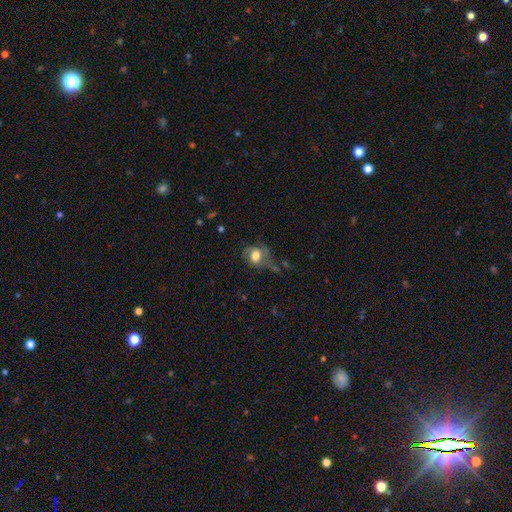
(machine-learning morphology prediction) Smooth or featured: smooth — 55% (featured or disk — 36%)
How rounded: round — 53% (in between — 45%)
Merging: none — 38% (major disturbance — 30%)